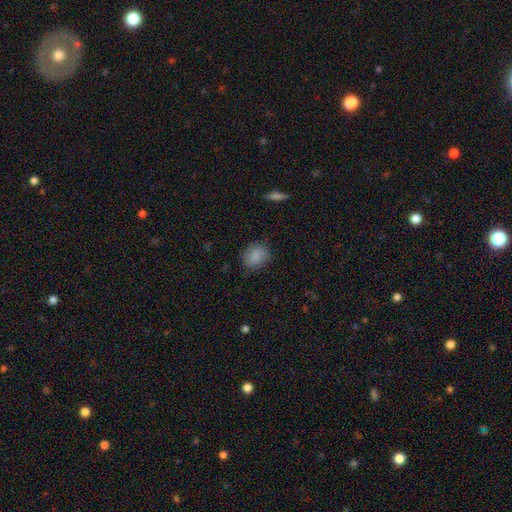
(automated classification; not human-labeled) A smooth galaxy with no disk features (85%) that is round (65%).

Vote fractions:
- Smooth or featured? smooth: 85% / star or artifact: 8% / featured or disk: 7%
- How rounded? round: 65% / in between: 34% / cigar-shaped: 1%
- Merging? none: 81% / minor disturbance: 14% / major disturbance: 4% / merger: 1%